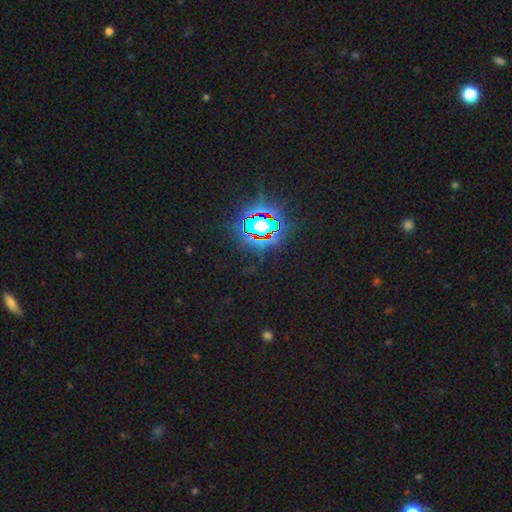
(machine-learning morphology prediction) Smooth or featured: star or artifact — 83% (smooth — 10%)